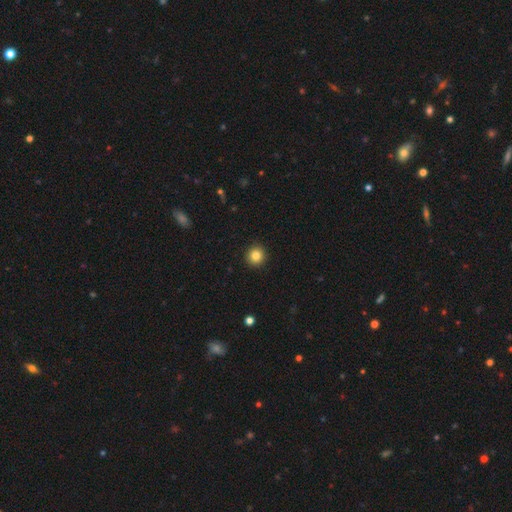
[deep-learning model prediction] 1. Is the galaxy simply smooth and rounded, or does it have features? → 83% smooth, 11% star or artifact, 6% featured or disk.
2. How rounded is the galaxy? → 94% round, 5% in between, 1% cigar-shaped.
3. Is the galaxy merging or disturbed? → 93% none, 5% minor disturbance, 2% major disturbance, 1% merger.